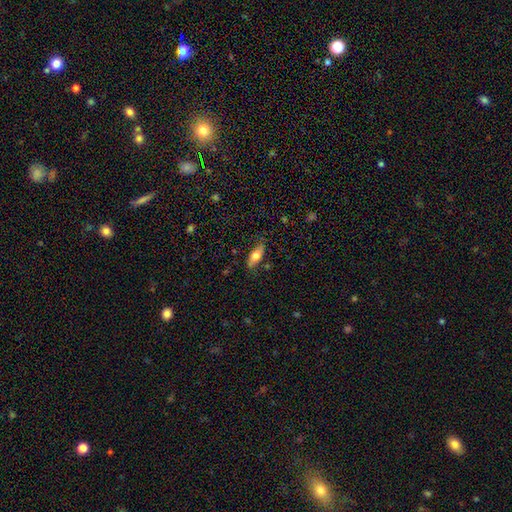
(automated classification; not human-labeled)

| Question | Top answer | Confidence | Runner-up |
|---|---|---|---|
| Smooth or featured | smooth | 67% | featured or disk (26%) |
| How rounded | in between | 72% | cigar-shaped (25%) |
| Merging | none | 79% | minor disturbance (16%) |